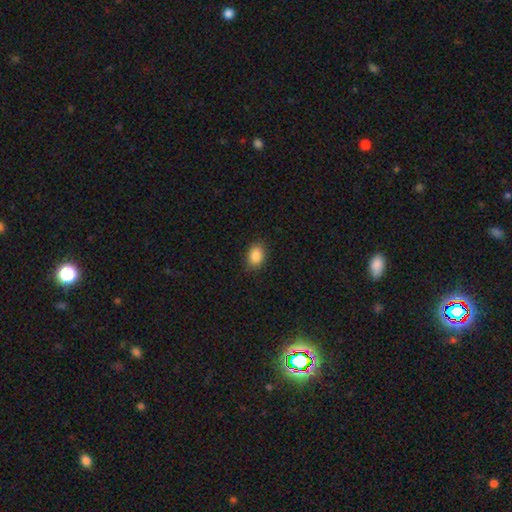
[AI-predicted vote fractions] Overall: smooth (88%). How rounded: in between (76%). Merging: none (87%).